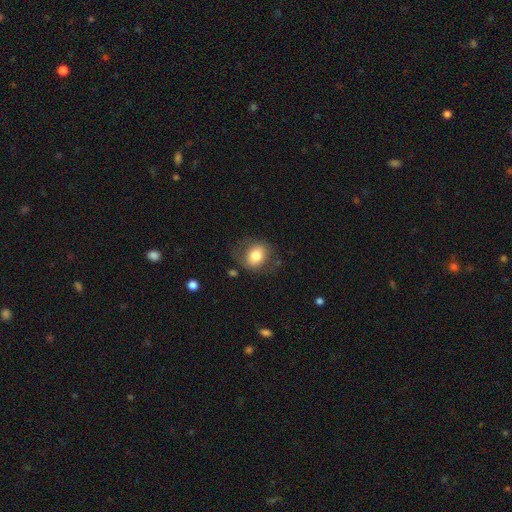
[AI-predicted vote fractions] Smooth or featured? smooth (70%)
How rounded? in between (55%)
Merging? none (64%)